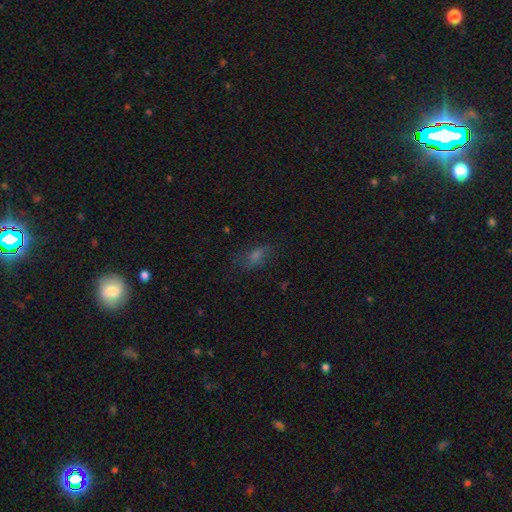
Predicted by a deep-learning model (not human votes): Q: Smooth or featured?
A: smooth (49%); runner-up: star or artifact (29%)
Q: Merging?
A: none (65%); runner-up: minor disturbance (20%)